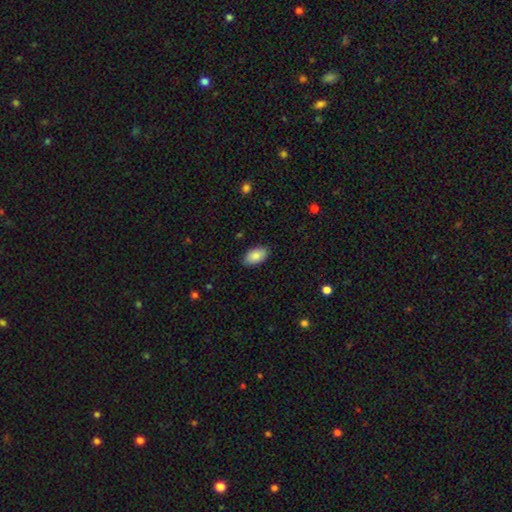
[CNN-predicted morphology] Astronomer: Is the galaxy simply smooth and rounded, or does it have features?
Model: smooth — 86%.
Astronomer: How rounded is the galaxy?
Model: in between — 94%.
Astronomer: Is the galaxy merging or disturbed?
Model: none — 86%.